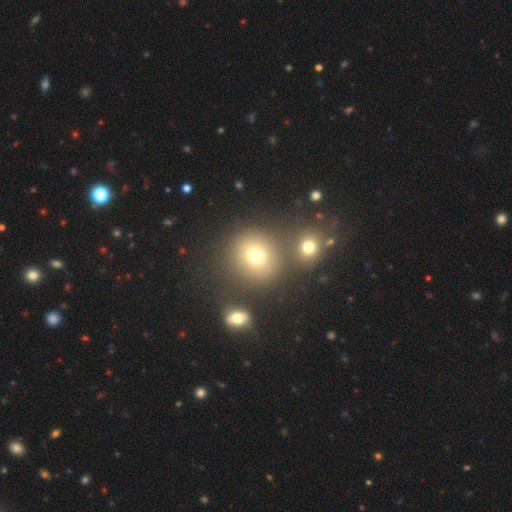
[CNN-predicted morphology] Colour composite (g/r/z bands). It shows a smooth galaxy with no disk features (73%) that is round (87%). Merging: none (71%).